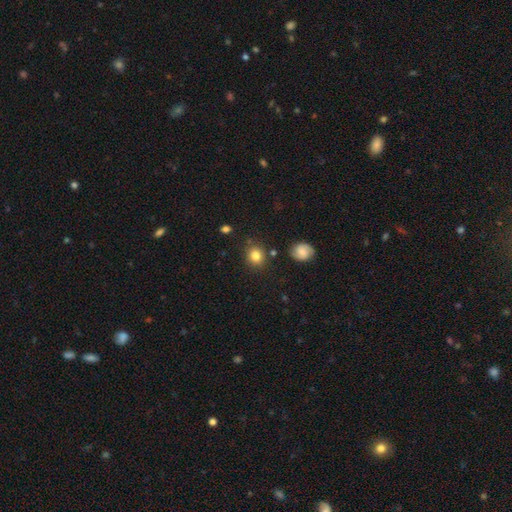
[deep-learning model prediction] Overall: smooth (82%). How rounded: round (78%). Merging: none (82%).